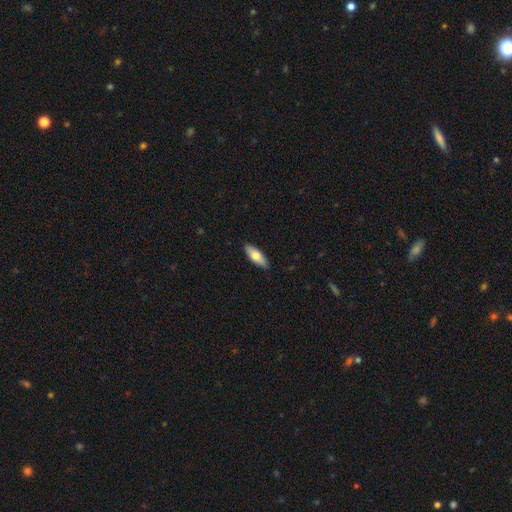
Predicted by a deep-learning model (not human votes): smooth 69%, featured or disk 26%, star or artifact 6%. Down the decision tree: how rounded — in between (66%); merging — none (88%).